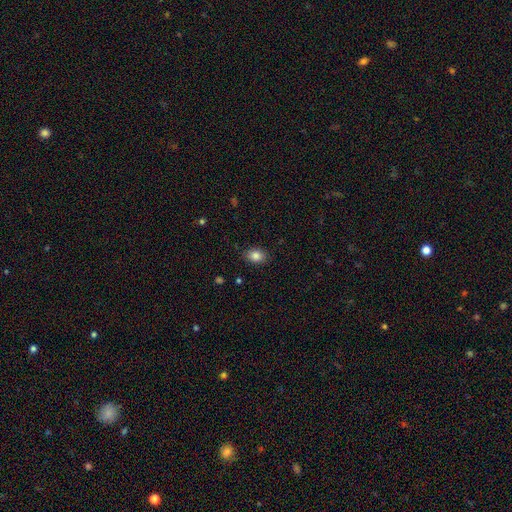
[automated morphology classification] This appears to be a smooth galaxy with no disk features (85%) that is in between round and cigar-shaped (75%). Merging: none (85%).